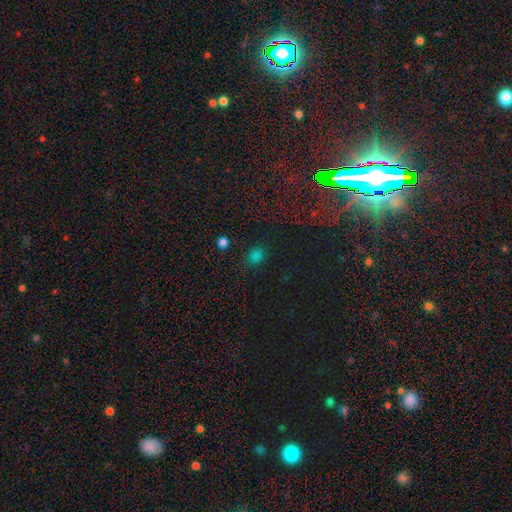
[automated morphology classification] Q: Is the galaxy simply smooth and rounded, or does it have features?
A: smooth — 72%.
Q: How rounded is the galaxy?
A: round — 56%.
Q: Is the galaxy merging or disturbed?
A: none — 83%.